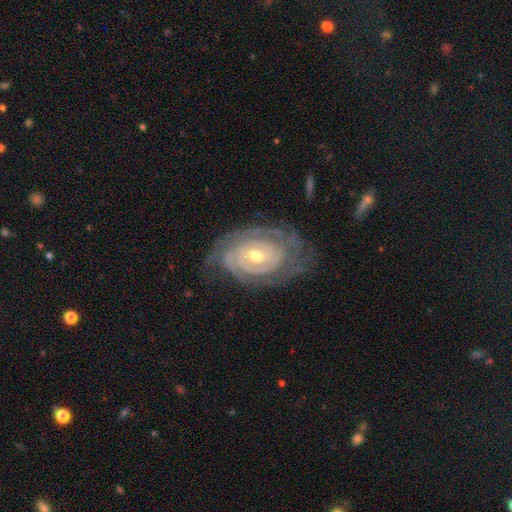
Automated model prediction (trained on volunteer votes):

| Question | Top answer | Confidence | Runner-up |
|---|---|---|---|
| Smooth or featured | featured or disk | 88% | smooth (7%) |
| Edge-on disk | no | 96% | yes (4%) |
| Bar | no | 63% | weak (27%) |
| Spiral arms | yes | 94% | no (6%) |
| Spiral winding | tight | 80% | medium (16%) |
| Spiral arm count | can't tell | 36% | 2 (26%) |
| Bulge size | moderate | 55% | small (42%) |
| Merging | none | 68% | minor disturbance (20%) |